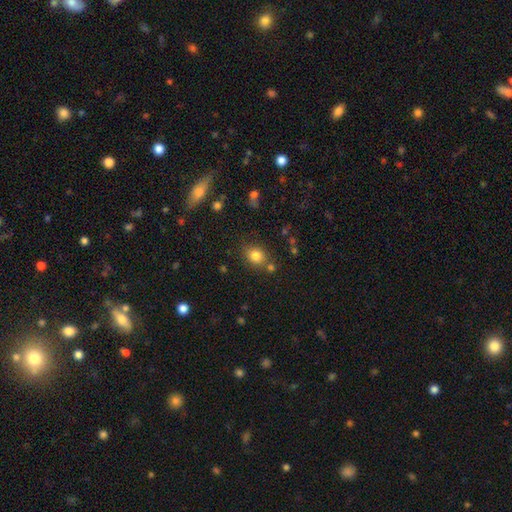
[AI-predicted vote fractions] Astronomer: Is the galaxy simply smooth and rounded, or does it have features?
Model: smooth — 81%.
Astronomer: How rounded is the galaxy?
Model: round — 60% (runner-up: in between, 39%).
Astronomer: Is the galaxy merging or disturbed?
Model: none — 73%.